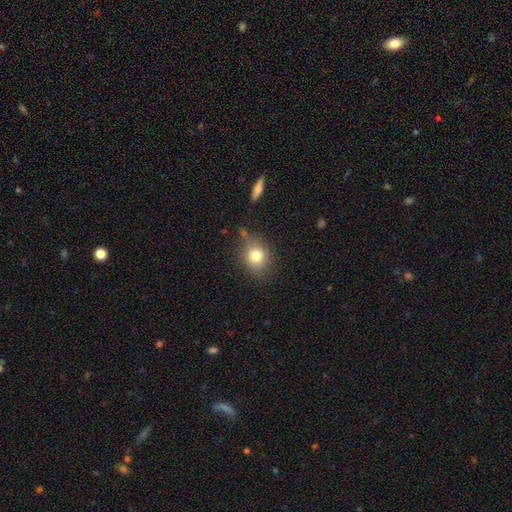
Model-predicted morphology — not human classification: smooth-or-featured: smooth: 79% | star or artifact: 11% | featured or disk: 10%
  how-rounded: round: 64% | in between: 35% | cigar-shaped: 1%
  merging: none: 77% | minor disturbance: 15% | major disturbance: 4% | merger: 4%